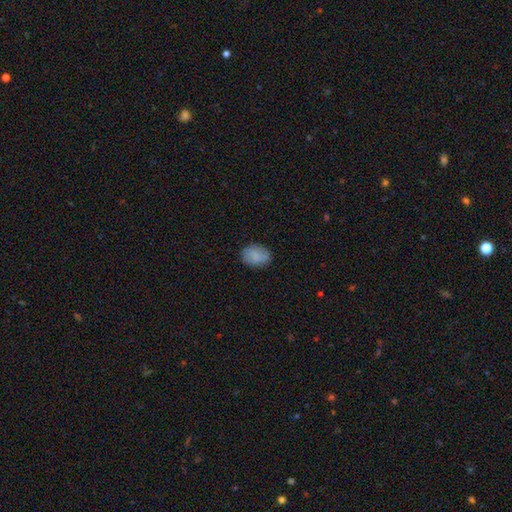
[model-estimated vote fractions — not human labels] Overall: smooth (81%). How rounded: in between (72%). Merging: none (81%).